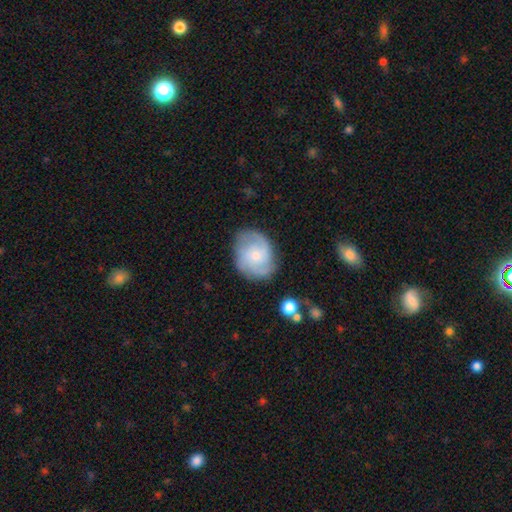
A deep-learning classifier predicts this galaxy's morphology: featured or disk 63%, smooth 30%, star or artifact 7%. Down the decision tree: edge-on disk — no (98%); bar — no (69%); spiral arms — yes (90%); spiral arm count — 2 (29%); spiral winding — medium (44%); bulge size — small (60%); merging — none (72%).